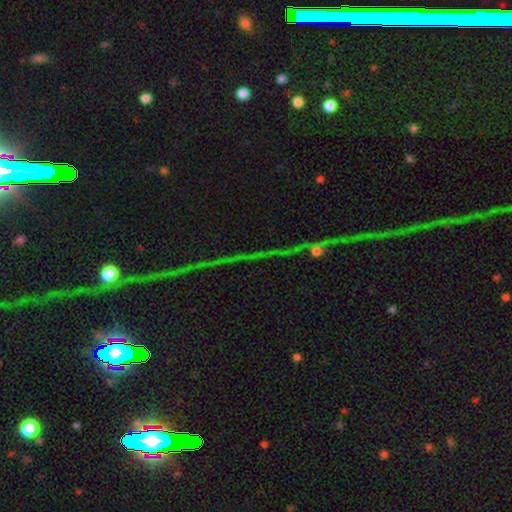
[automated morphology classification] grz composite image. It shows a star or artifact, not a galaxy (79%).